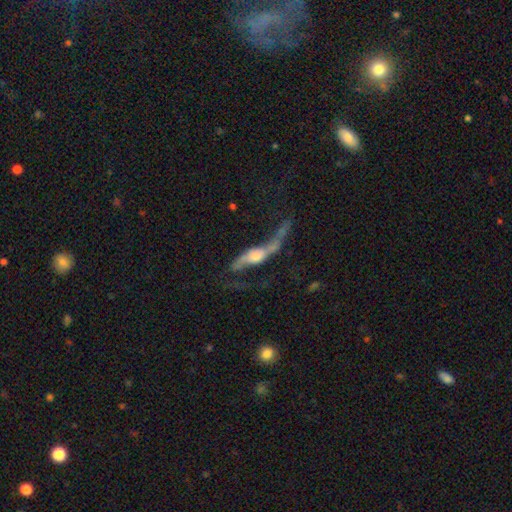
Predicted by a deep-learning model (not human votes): Smooth or featured? Predicted: featured or disk (p=0.73). Edge-on disk? Predicted: no (p=0.58). Merging? Predicted: major disturbance (p=0.36).